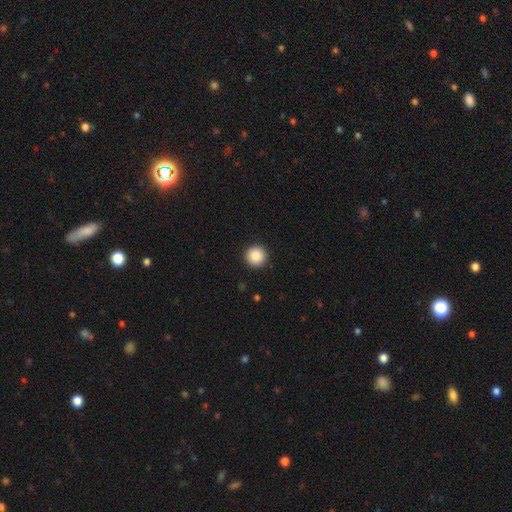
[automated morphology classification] A smooth galaxy with no disk features (88%) that is round (96%).

Vote fractions:
- Smooth or featured? smooth: 88% / star or artifact: 8% / featured or disk: 3%
- How rounded? round: 96% / in between: 3% / cigar-shaped: 1%
- Merging? none: 93% / minor disturbance: 4% / major disturbance: 2% / merger: 1%